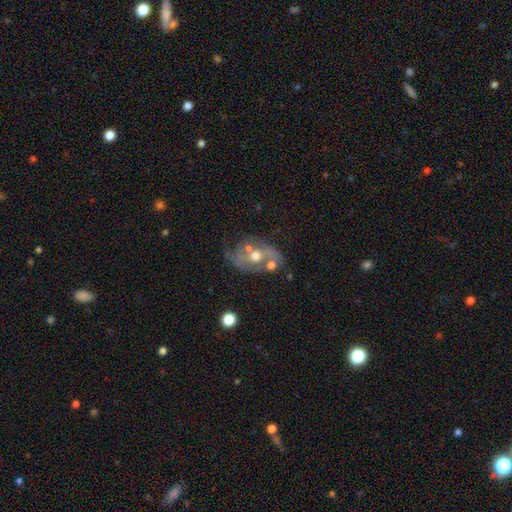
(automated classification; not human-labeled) smooth-or-featured: featured or disk: 67% | smooth: 24% | star or artifact: 9%
  disk-edge-on: no: 96% | yes: 4%
    bar: no: 64% | weak: 25% | strong: 11%
    has-spiral-arms: yes: 56% | no: 44%
    bulge-size: moderate: 73% | small: 12% | large: 11% | none: 2% | dominant: 2%
  merging: none: 41% | minor disturbance: 21% | merger: 21% | major disturbance: 18%